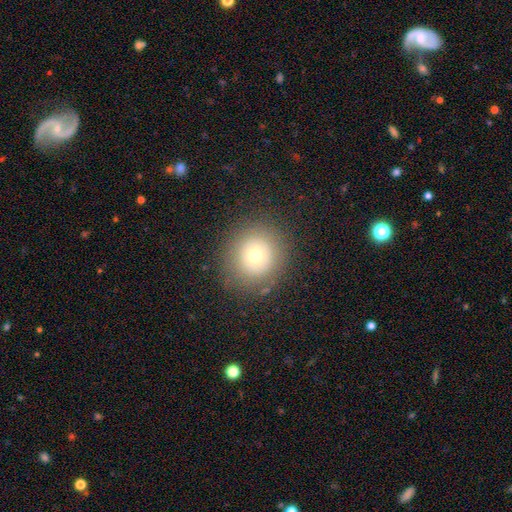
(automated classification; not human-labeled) smooth_or_featured: smooth (p=0.64) [alt: featured or disk p=0.22]
how_rounded: round (p=0.94) [alt: in between p=0.05]
merging: none (p=0.85) [alt: minor disturbance p=0.09]